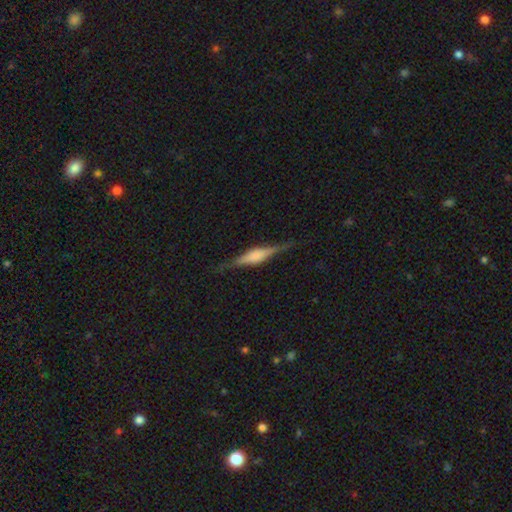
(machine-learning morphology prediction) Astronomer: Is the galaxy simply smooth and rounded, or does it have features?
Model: featured or disk — 75%.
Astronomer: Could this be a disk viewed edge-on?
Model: yes — 97%.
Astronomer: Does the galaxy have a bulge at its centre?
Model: rounded — 62%.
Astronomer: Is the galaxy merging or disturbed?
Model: none — 83%.